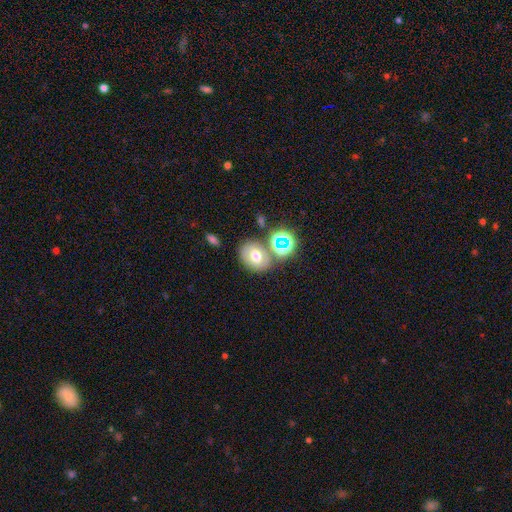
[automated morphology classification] A smooth galaxy with no disk features (59%) that is in between round and cigar-shaped (59%).

Vote fractions:
- Smooth or featured? smooth: 59% / featured or disk: 22% / star or artifact: 19%
- How rounded? in between: 59% / round: 40% / cigar-shaped: 1%
- Merging? none: 64% / merger: 19% / minor disturbance: 12% / major disturbance: 5%